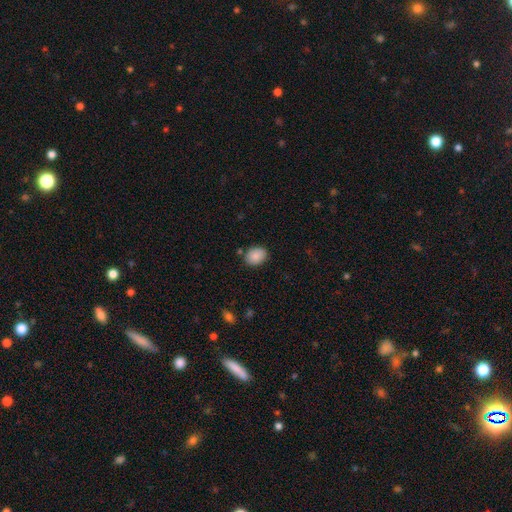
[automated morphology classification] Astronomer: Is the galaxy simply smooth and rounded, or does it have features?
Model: smooth — 88%.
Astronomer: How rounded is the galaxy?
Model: in between — 59% (runner-up: round, 40%).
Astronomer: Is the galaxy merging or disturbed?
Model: none — 82%.